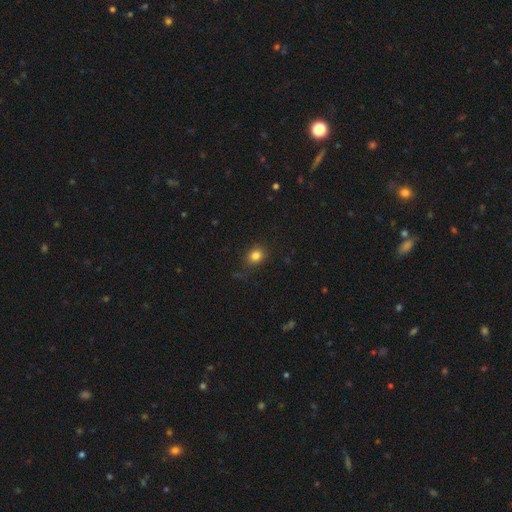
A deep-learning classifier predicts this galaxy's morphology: Q: Smooth or featured?
A: smooth (83%); runner-up: star or artifact (12%)
Q: How rounded?
A: round (62%); runner-up: in between (37%)
Q: Merging?
A: none (82%); runner-up: minor disturbance (13%)